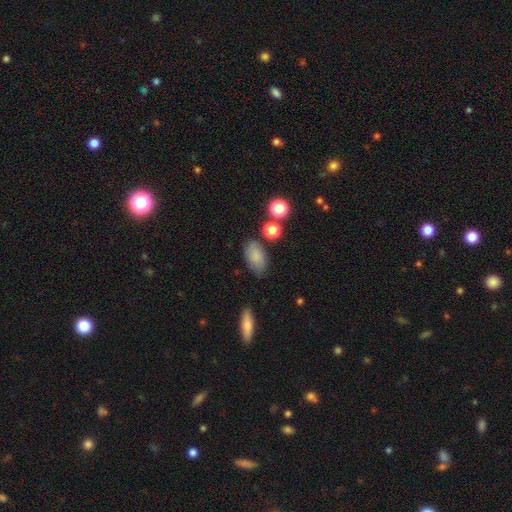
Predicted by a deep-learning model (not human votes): Morphology: type=smooth (83%); roundness=in between (92%); merging=none (75%).